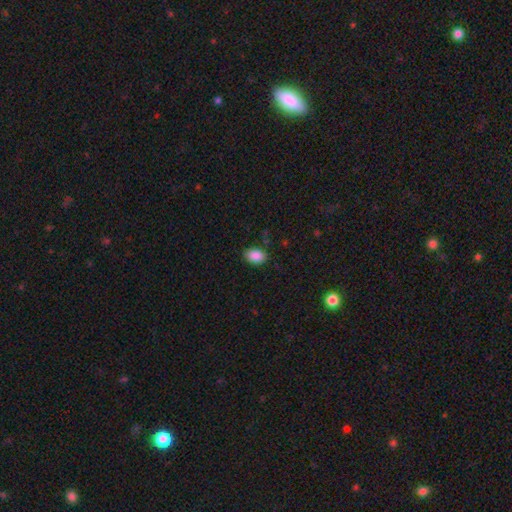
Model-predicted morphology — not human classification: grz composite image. It shows a smooth galaxy with no disk features (89%) that is in between round and cigar-shaped (86%). Merging: none (84%).